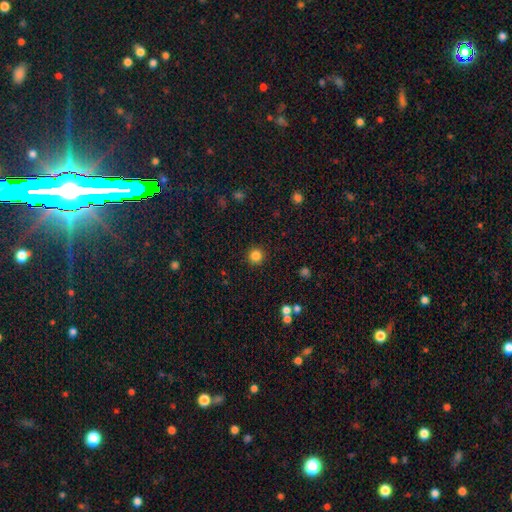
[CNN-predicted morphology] Smooth or featured? Predicted: smooth (p=0.84). How rounded? Predicted: round (p=0.95). Merging? Predicted: none (p=0.92).